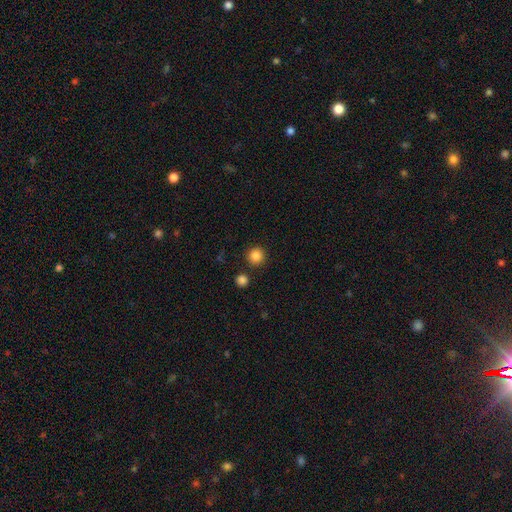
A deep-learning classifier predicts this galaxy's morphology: type=smooth (86%); roundness=round (95%); merging=none (88%).